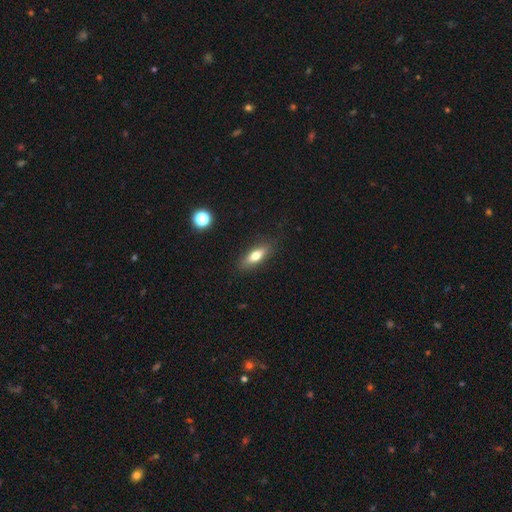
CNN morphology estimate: Smooth or featured? Predicted: smooth (p=0.69). How rounded? Predicted: in between (p=0.60). Merging? Predicted: none (p=0.86).